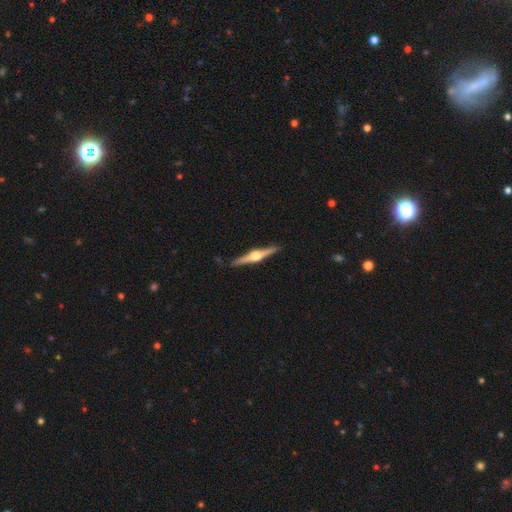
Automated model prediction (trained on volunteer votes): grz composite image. It shows a featured or disk galaxy (82%) viewed edge-on (98%) with a rounded central bulge (95%). Merging: none (91%).